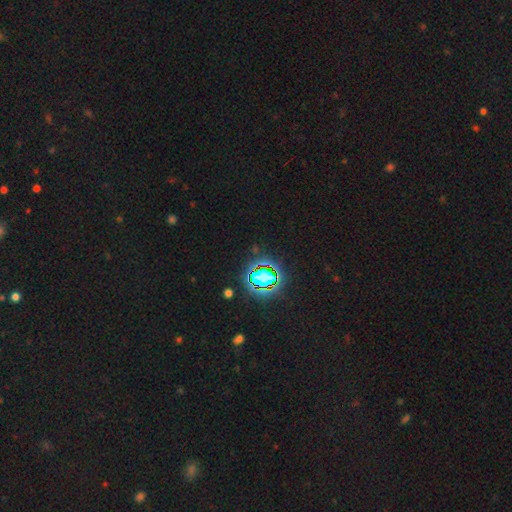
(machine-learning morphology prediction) type=star or artifact (81%).